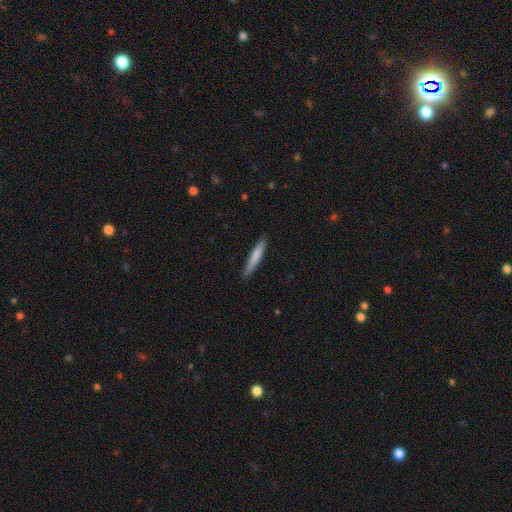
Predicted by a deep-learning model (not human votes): Overall: smooth (76%). How rounded: cigar-shaped (94%). Merging: none (87%).